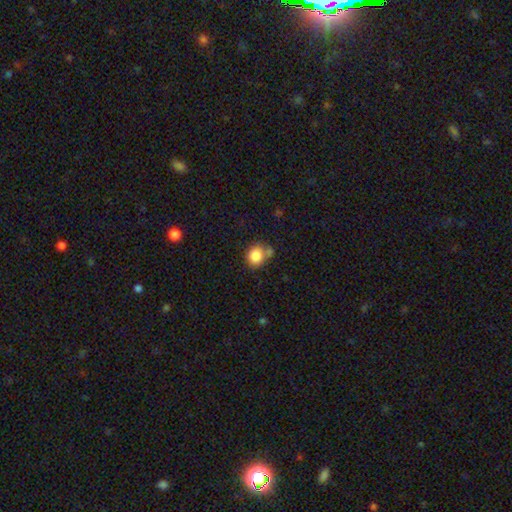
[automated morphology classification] A smooth galaxy with no disk features (84%) that is round (75%). Merging: none (58%).